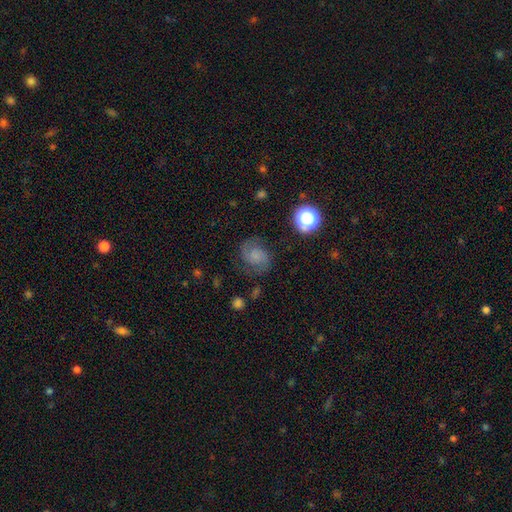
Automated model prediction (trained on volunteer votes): Q: Smooth or featured?
A: featured or disk (49%); runner-up: smooth (37%)
Q: Merging?
A: none (68%); runner-up: minor disturbance (19%)